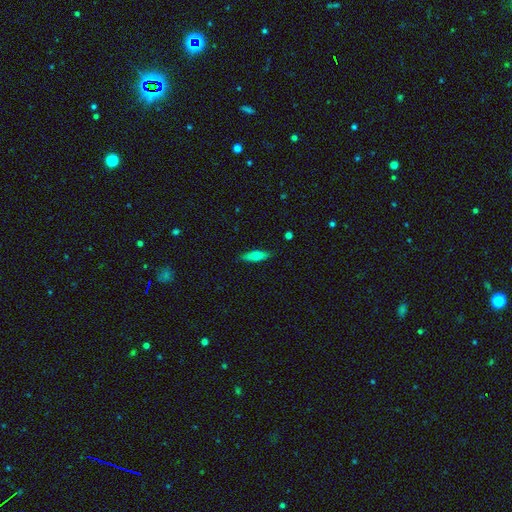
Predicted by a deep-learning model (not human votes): The model was most divided on "how rounded": cigar-shaped: 58%, in between: 39%, round: 2%. More confident: merging — none (87%); smooth or featured — smooth (67%).